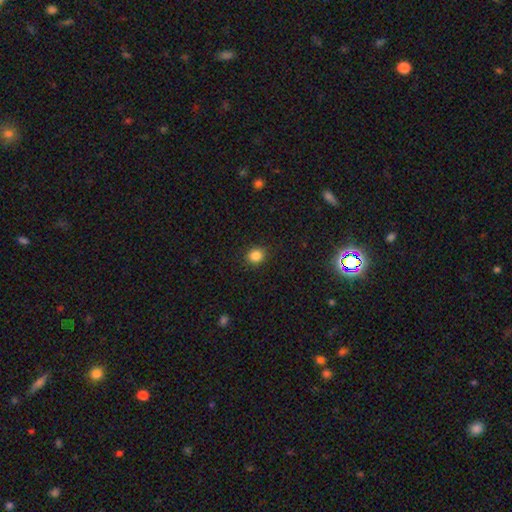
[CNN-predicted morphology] A smooth galaxy with no disk features (85%) that is round (80%). Merging: none (89%).